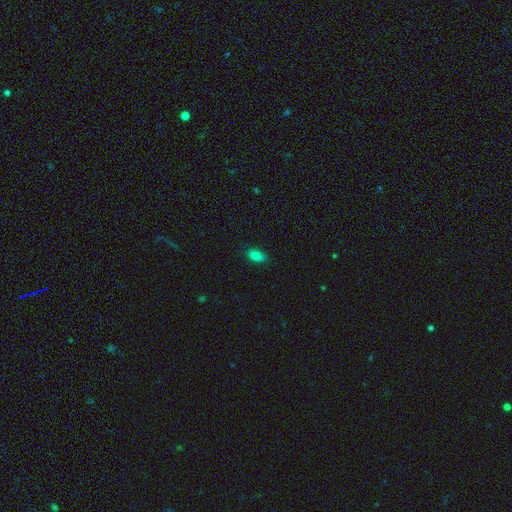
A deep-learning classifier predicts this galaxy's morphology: Smooth or featured? Predicted: smooth (p=0.82). How rounded? Predicted: in between (p=0.89). Merging? Predicted: none (p=0.81).